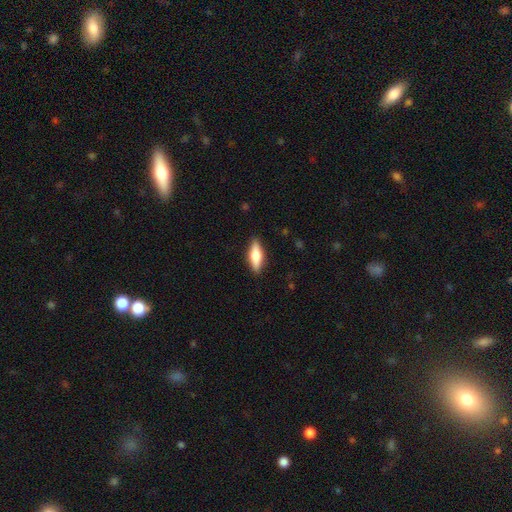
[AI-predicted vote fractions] Q: Smooth or featured?
A: smooth (59%); runner-up: featured or disk (35%)
Q: How rounded?
A: in between (54%); runner-up: cigar-shaped (43%)
Q: Merging?
A: none (88%); runner-up: minor disturbance (9%)